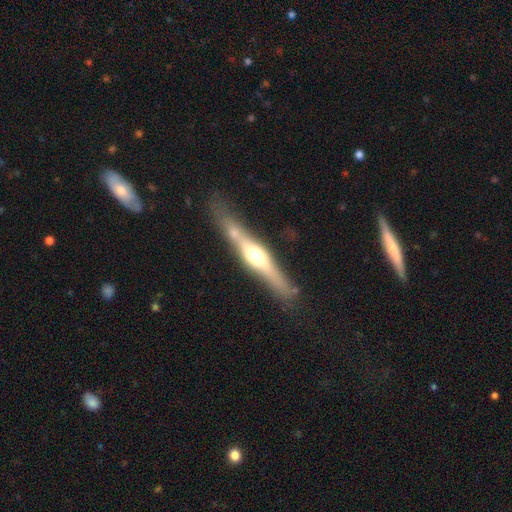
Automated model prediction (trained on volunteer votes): A featured or disk galaxy (71%) viewed edge-on (95%) with a rounded central bulge (88%). Merging: none (77%).